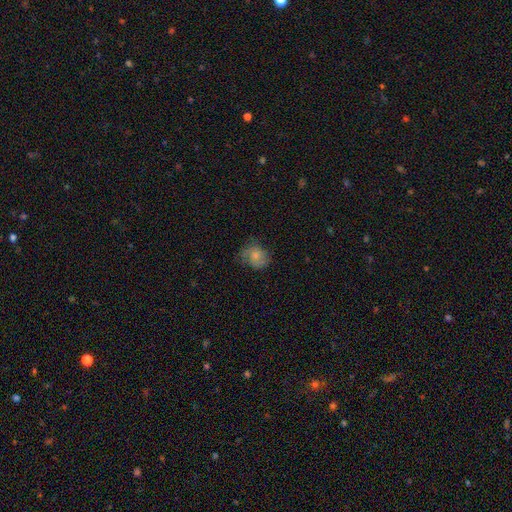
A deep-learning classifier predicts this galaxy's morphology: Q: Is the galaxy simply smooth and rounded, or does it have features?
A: smooth — 73%.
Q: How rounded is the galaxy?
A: round — 64%.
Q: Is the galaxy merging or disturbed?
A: none — 59%.